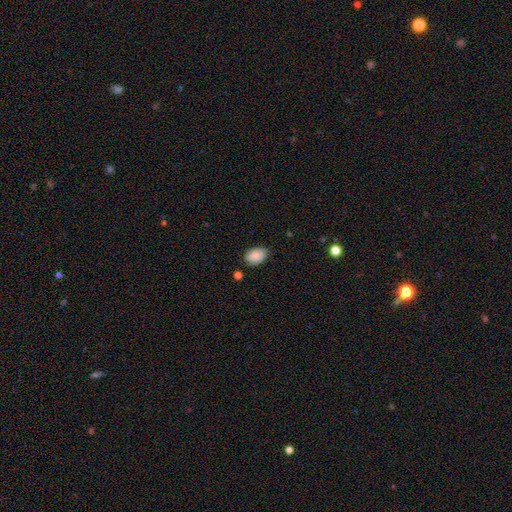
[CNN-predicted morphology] A smooth galaxy with no disk features (87%) that is in between round and cigar-shaped (88%). Merging: none (78%).